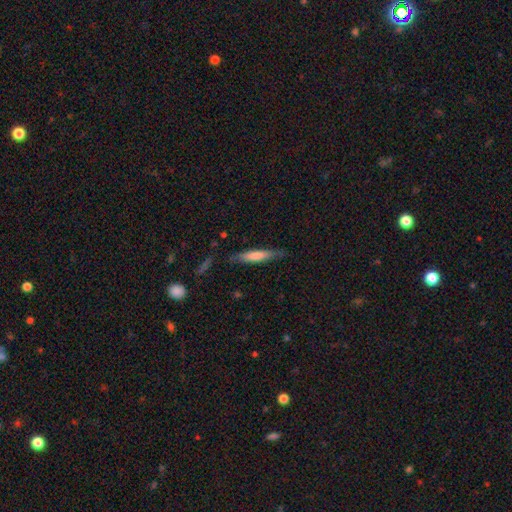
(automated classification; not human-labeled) Morphology: type=smooth (59%); roundness=cigar-shaped (88%); merging=none (79%).